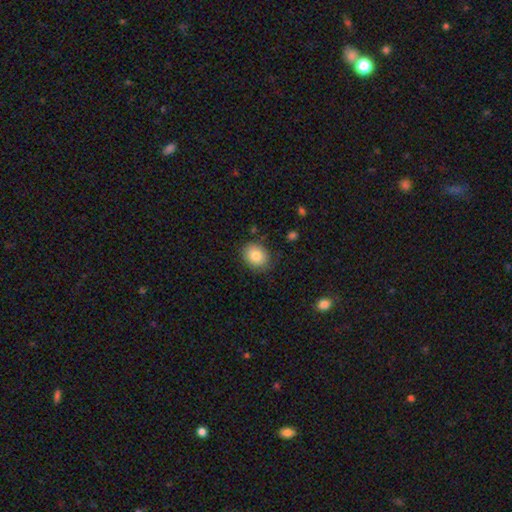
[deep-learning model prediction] This appears to be a smooth galaxy with no disk features (83%) that is in between round and cigar-shaped (50%). Merging: none (84%).